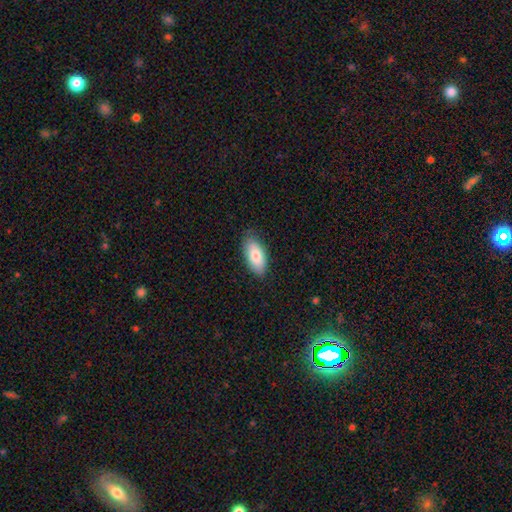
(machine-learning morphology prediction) Overall: smooth (79%). How rounded: in between (92%). Merging: none (82%).